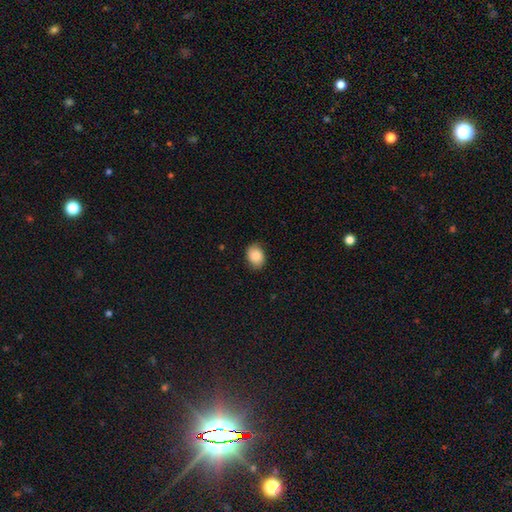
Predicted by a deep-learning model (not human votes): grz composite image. It shows a smooth galaxy with no disk features (87%) that is in between round and cigar-shaped (60%). Merging: none (82%).